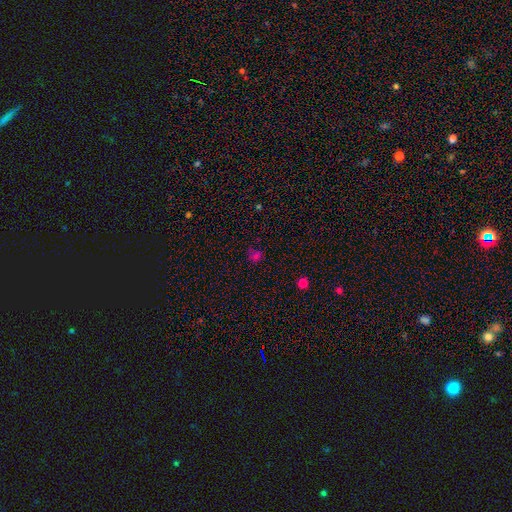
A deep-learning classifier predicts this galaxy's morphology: smooth-or-featured: smooth: 57% | star or artifact: 35% | featured or disk: 8%
  how-rounded: round: 68% | in between: 30% | cigar-shaped: 1%
  merging: none: 61% | minor disturbance: 21% | major disturbance: 12% | merger: 7%